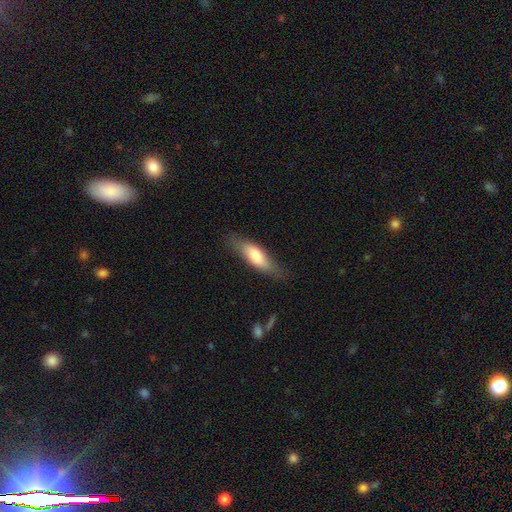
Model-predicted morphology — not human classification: Q: Smooth or featured?
A: smooth (71%); runner-up: featured or disk (23%)
Q: How rounded?
A: cigar-shaped (51%); runner-up: in between (47%)
Q: Merging?
A: none (74%); runner-up: minor disturbance (19%)